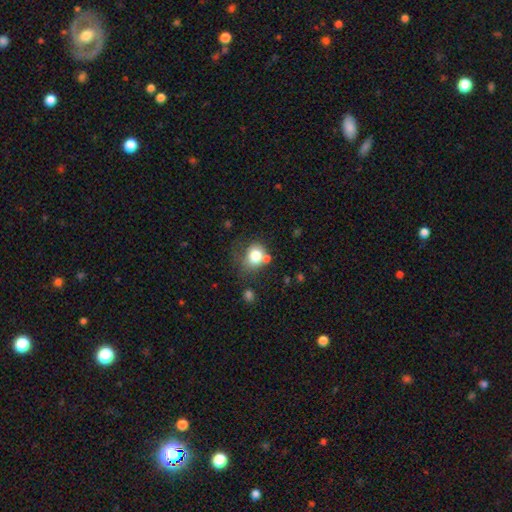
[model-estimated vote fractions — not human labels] Smooth or featured? smooth (78%)
How rounded? round (64%)
Merging? none (48%)